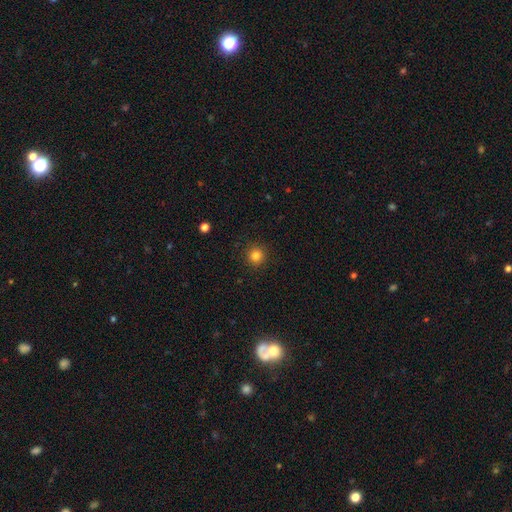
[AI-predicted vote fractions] Overall: smooth (83%). How rounded: round (95%). Merging: none (91%).